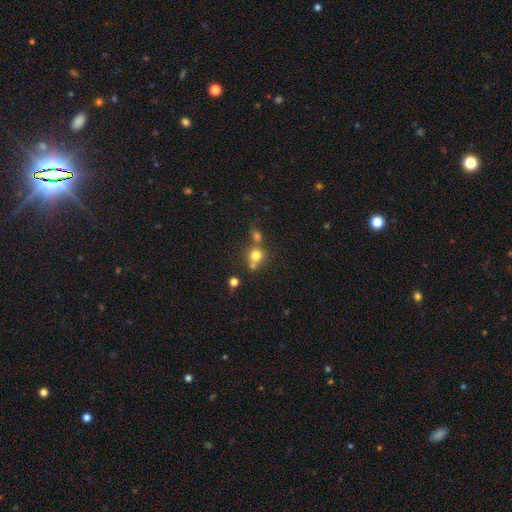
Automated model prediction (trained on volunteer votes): Morphology: type=smooth (74%); roundness=round (86%); merging=none (49%).